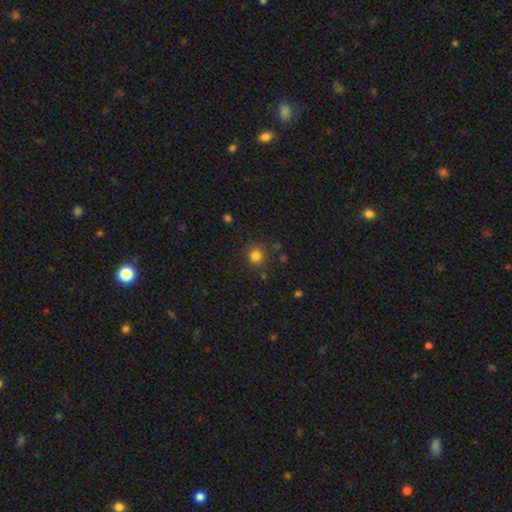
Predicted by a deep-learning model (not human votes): Q: Smooth or featured?
A: smooth (81%); runner-up: star or artifact (14%)
Q: How rounded?
A: round (91%); runner-up: in between (8%)
Q: Merging?
A: none (80%); runner-up: minor disturbance (12%)